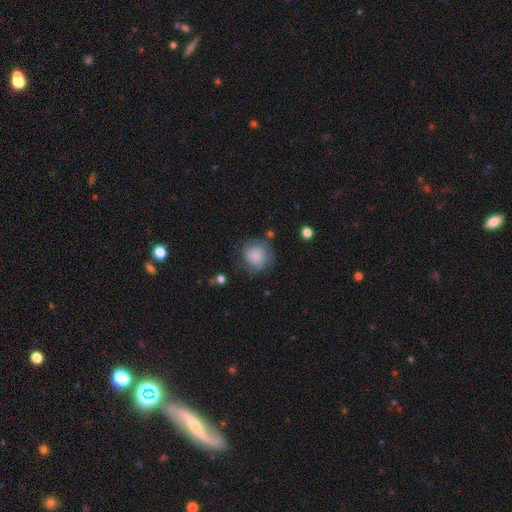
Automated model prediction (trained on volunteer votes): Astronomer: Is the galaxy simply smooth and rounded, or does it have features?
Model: smooth — 72%.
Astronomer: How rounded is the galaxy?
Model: round — 81%.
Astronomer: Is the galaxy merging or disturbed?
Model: none — 58%.